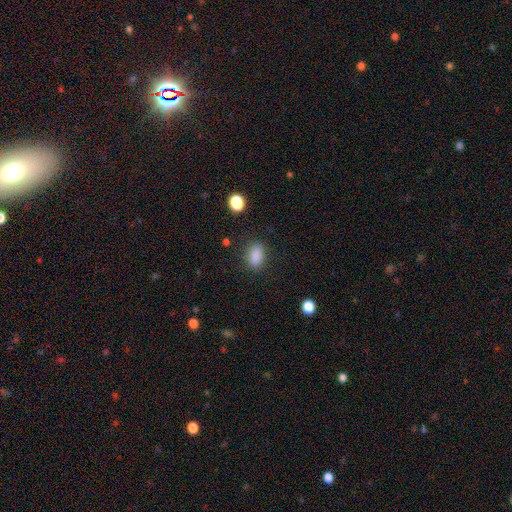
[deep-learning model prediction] Q: Smooth or featured?
A: smooth (86%); runner-up: star or artifact (10%)
Q: How rounded?
A: in between (84%); runner-up: round (13%)
Q: Merging?
A: none (83%); runner-up: minor disturbance (12%)